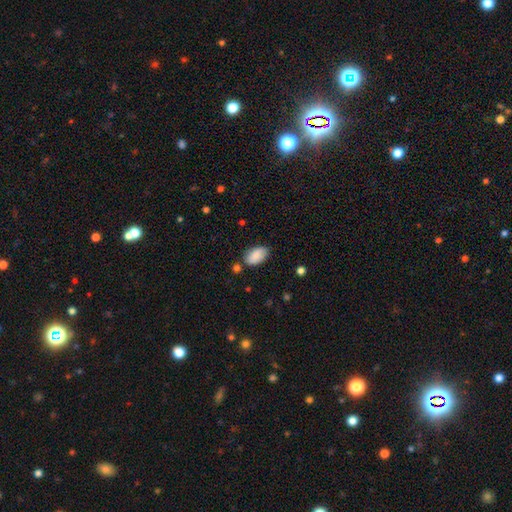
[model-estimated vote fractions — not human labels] A smooth galaxy with no disk features (85%) that is in between round and cigar-shaped (94%). Merging: none (74%).